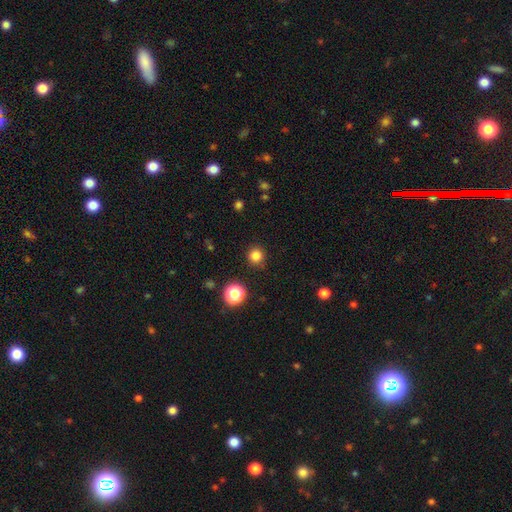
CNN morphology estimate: Smooth or featured? smooth (82%)
How rounded? round (94%)
Merging? none (90%)